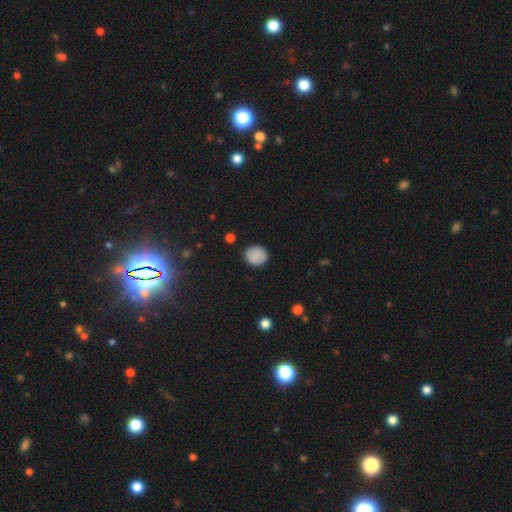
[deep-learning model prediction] Smooth or featured?
  - smooth: 86% *
  - star or artifact: 9%
  - featured or disk: 5%
How rounded?
  - round: 72% *
  - in between: 27%
  - cigar-shaped: 1%
Merging?
  - none: 86% *
  - minor disturbance: 10%
  - major disturbance: 2%
  - merger: 1%